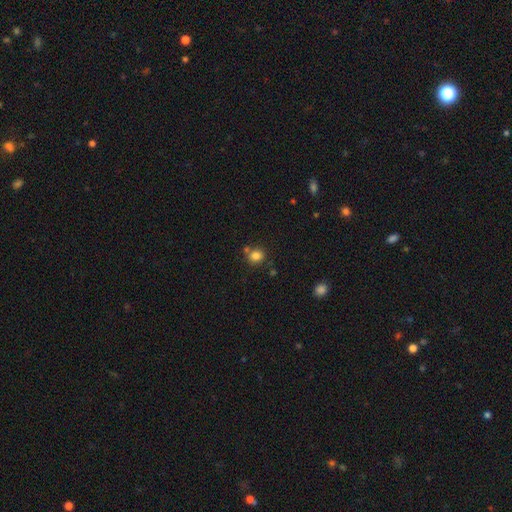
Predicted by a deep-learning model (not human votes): A smooth galaxy with no disk features (82%) that is round (79%).

Vote fractions:
- Smooth or featured? smooth: 82% / star or artifact: 12% / featured or disk: 6%
- How rounded? round: 79% / in between: 20% / cigar-shaped: 1%
- Merging? none: 71% / merger: 15% / minor disturbance: 11% / major disturbance: 3%